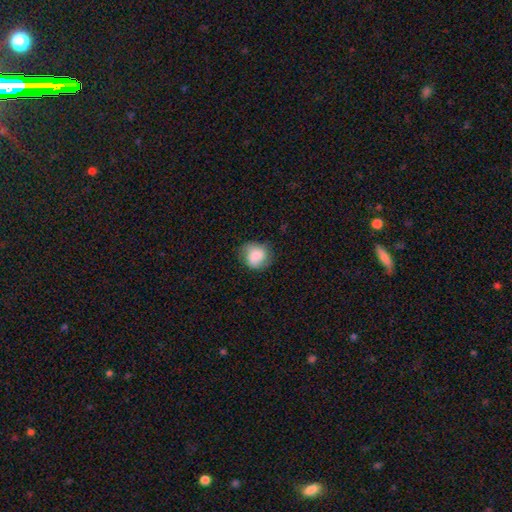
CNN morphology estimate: This appears to be a smooth galaxy with no disk features (69%) that is round (75%). Merging: none (69%).